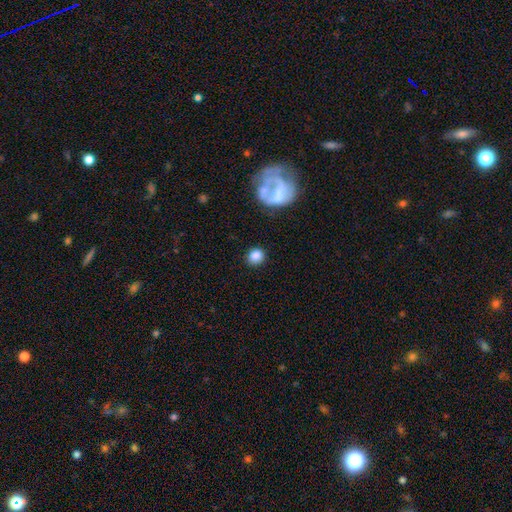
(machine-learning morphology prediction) Smooth or featured: smooth — 84% (star or artifact — 9%)
How rounded: round — 79% (in between — 19%)
Merging: none — 82% (minor disturbance — 10%)